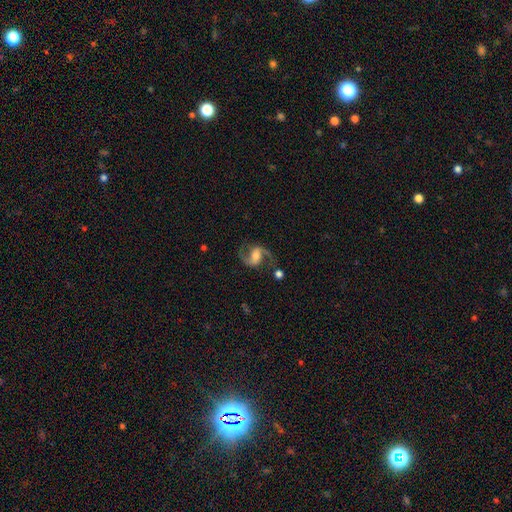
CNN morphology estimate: Overall: featured or disk (88%). Edge-on disk: no (98%). Bar: weak (46%; strong 29%). Spiral arms: yes (97%). Spiral arm count: 2 (93%). Spiral winding: medium (47%; loose 45%). Bulge size: moderate (51%; small 27%). Merging: none (74%).